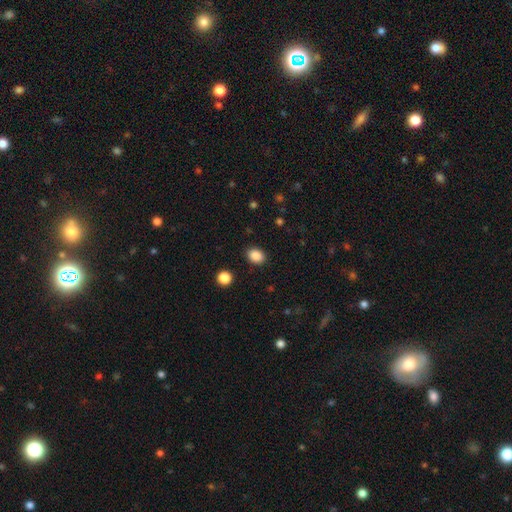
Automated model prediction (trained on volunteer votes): smooth 87%, star or artifact 9%, featured or disk 3%. Down the decision tree: how rounded — in between (65%); merging — none (88%).